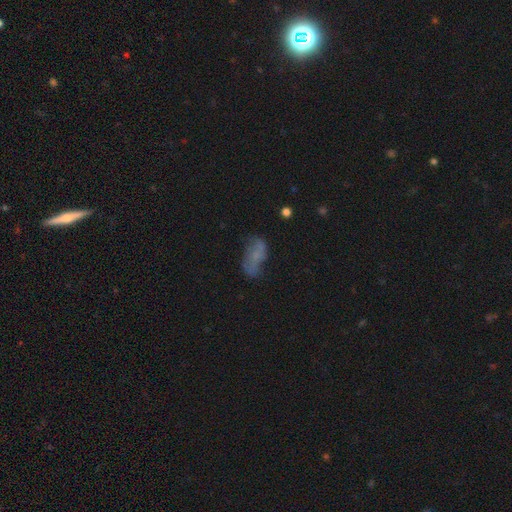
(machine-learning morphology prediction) Smooth or featured: featured or disk — 43% (tied with smooth — 43%)
Merging: none — 52% (minor disturbance — 27%)